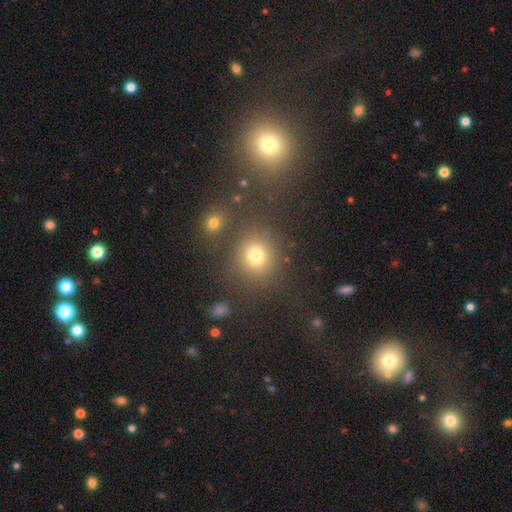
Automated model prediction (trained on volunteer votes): Morphology: type=smooth (74%); roundness=round (83%); merging=none (77%).